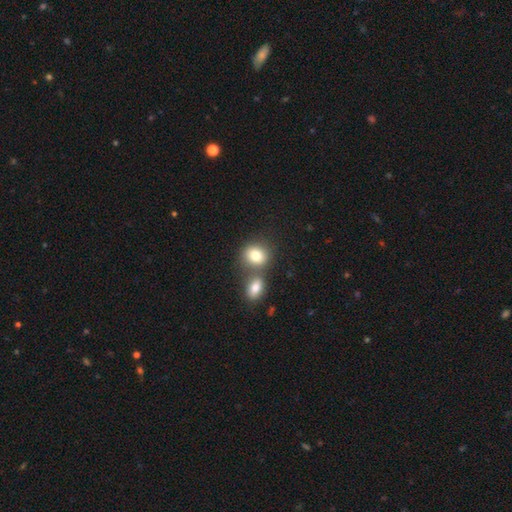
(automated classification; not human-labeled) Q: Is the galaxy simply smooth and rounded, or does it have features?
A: smooth — 81%.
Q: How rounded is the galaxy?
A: round — 63%.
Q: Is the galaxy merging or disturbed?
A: none — 50%.